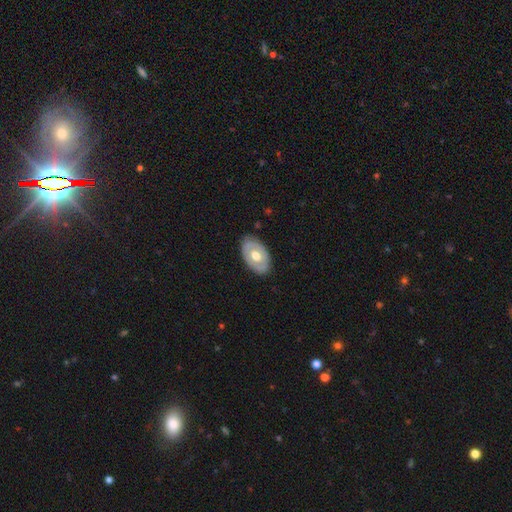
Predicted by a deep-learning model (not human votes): The model was most divided on "smooth or featured": featured or disk: 50%, smooth: 45%, star or artifact: 5%. More confident: merging — none (81%).